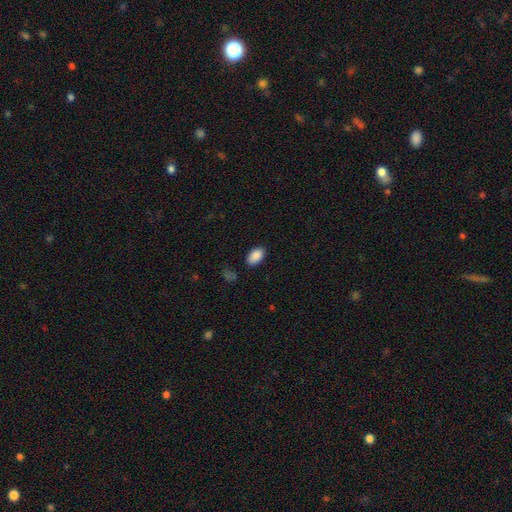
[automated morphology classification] Smooth or featured: smooth — 89% (star or artifact — 7%)
How rounded: in between — 93% (round — 5%)
Merging: none — 86% (minor disturbance — 10%)